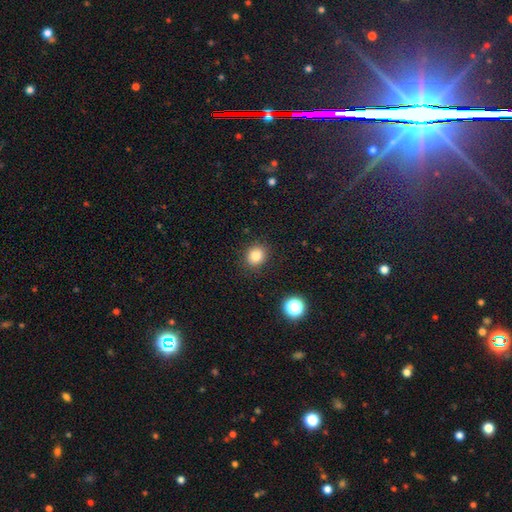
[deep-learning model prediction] A smooth galaxy with no disk features (82%) that is round (72%). Merging: none (89%).